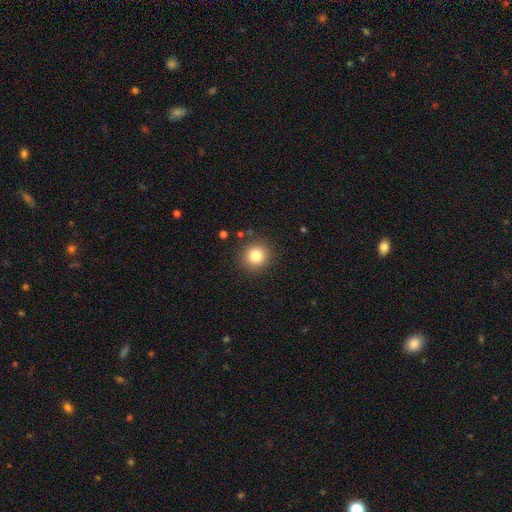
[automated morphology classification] A smooth galaxy with no disk features (81%) that is round (92%). Merging: none (89%).